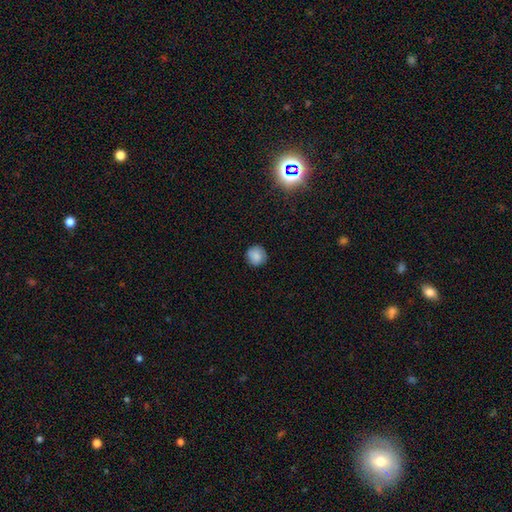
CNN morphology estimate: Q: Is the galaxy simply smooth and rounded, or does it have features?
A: smooth — 83%.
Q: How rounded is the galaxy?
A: round — 93%.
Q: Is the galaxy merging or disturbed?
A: none — 86%.